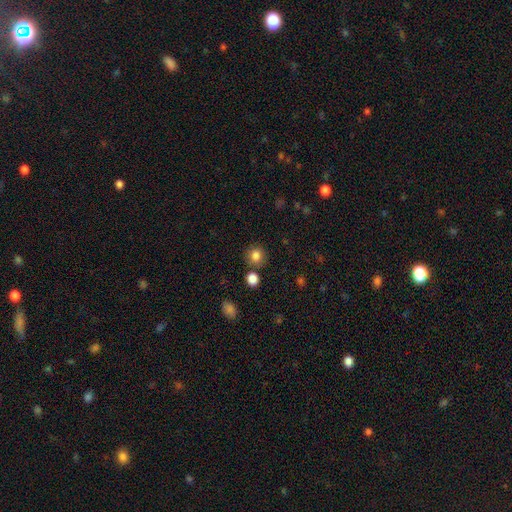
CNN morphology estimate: A smooth galaxy with no disk features (83%) that is round (82%). Merging: none (80%).